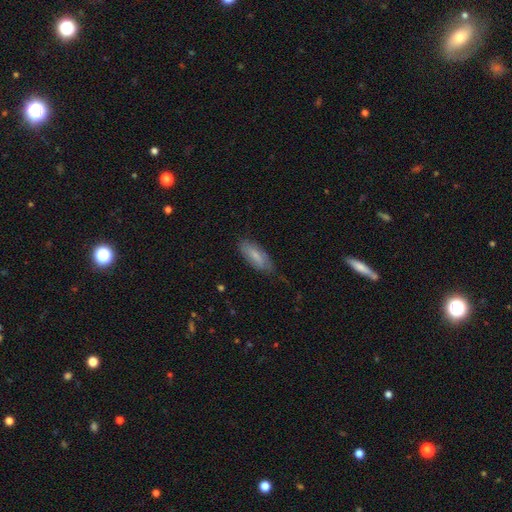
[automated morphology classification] smooth 69%, featured or disk 24%, star or artifact 6%. Down the decision tree: how rounded — in between (72%); merging — none (63%).